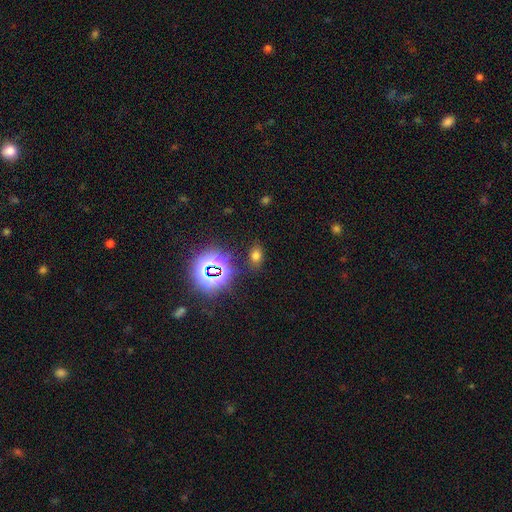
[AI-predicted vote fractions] Smooth or featured?
  - smooth: 61% *
  - star or artifact: 31%
  - featured or disk: 8%
How rounded?
  - in between: 73% *
  - round: 25%
  - cigar-shaped: 2%
Merging?
  - none: 78% *
  - minor disturbance: 14%
  - major disturbance: 5%
  - merger: 4%